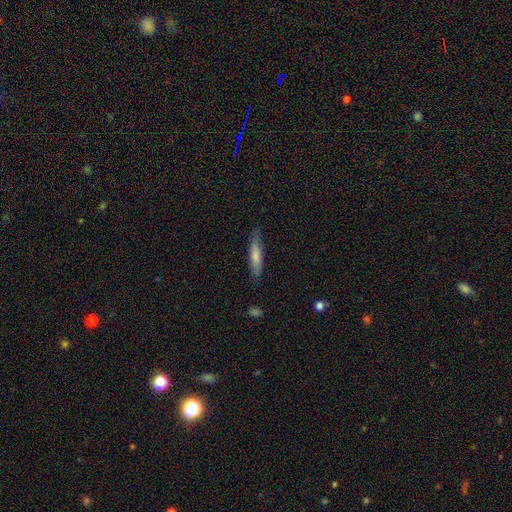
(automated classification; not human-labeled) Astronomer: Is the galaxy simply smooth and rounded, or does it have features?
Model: smooth — 72%.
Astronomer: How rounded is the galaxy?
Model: cigar-shaped — 80%.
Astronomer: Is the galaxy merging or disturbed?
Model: none — 79%.